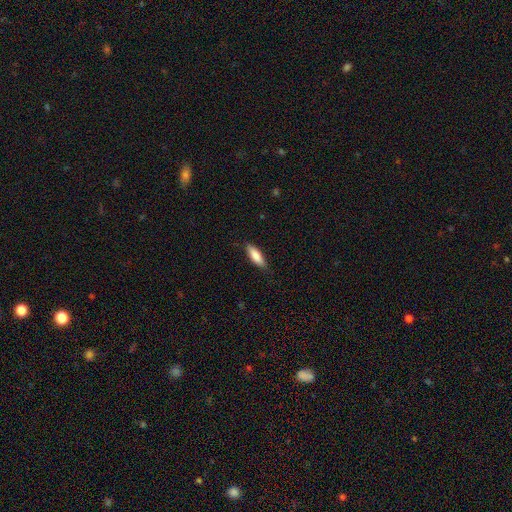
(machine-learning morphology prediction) smooth_or_featured: smooth (p=0.85) [alt: featured or disk p=0.09]
how_rounded: in between (p=0.55) [alt: cigar-shaped p=0.43]
merging: none (p=0.84) [alt: minor disturbance p=0.12]